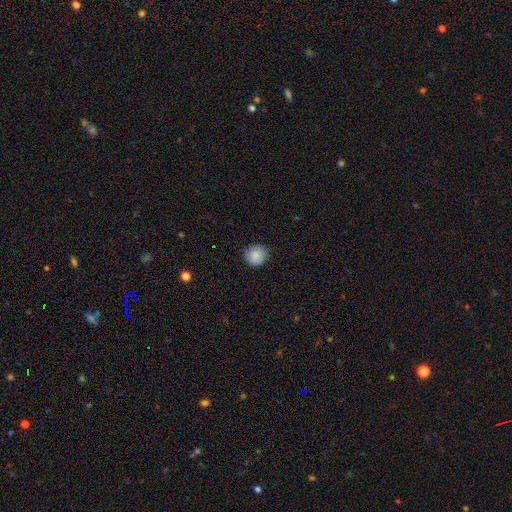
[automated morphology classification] This is clearly a smooth galaxy (88%). How rounded: clearly round (92%). Merging: clearly none (87%).